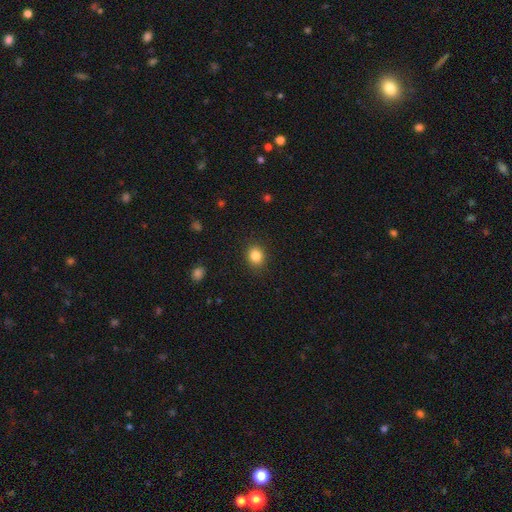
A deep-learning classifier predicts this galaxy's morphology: A smooth galaxy with no disk features (84%) that is round (66%). Merging: none (89%).